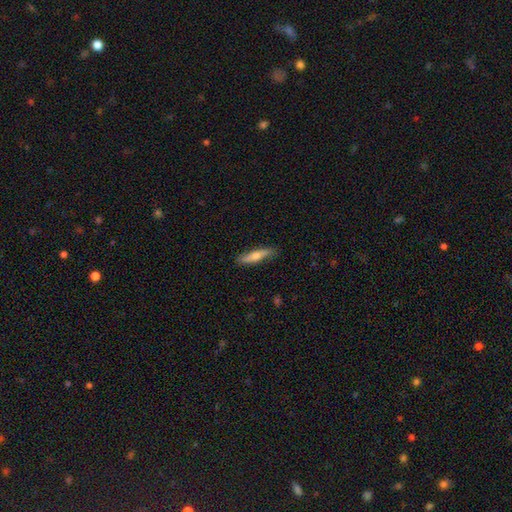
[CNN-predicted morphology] Q: Smooth or featured?
A: smooth (52%); runner-up: featured or disk (42%)
Q: How rounded?
A: cigar-shaped (85%); runner-up: in between (13%)
Q: Merging?
A: none (86%); runner-up: minor disturbance (11%)